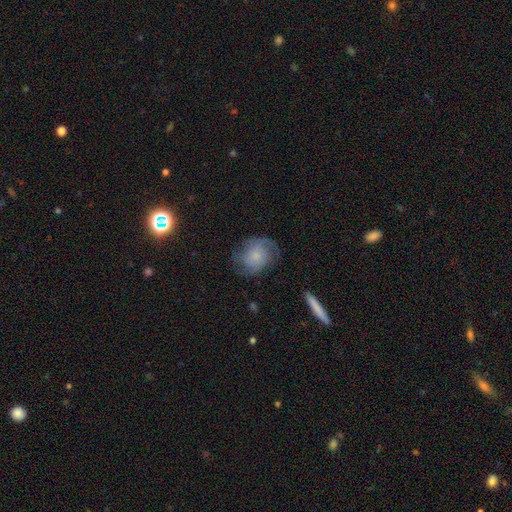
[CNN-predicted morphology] smooth-or-featured: featured or disk: 55% | smooth: 36% | star or artifact: 9%
  disk-edge-on: no: 97% | yes: 3%
    bar: no: 78% | weak: 19% | strong: 3%
    has-spiral-arms: yes: 88% | no: 12%
    bulge-size: small: 56% | moderate: 21% | none: 16% | large: 5% | dominant: 2%
  merging: none: 66% | minor disturbance: 21% | major disturbance: 12% | merger: 1%